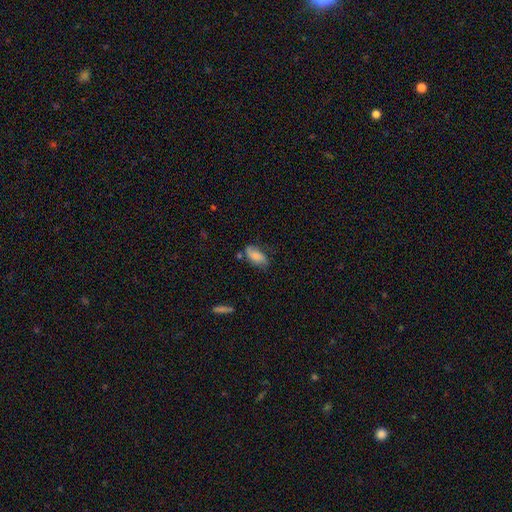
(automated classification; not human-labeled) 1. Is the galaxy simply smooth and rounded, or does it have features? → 70% smooth, 22% featured or disk, 8% star or artifact.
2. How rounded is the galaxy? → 89% in between, 8% cigar-shaped, 4% round.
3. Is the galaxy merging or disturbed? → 58% none, 28% minor disturbance, 9% major disturbance, 6% merger.